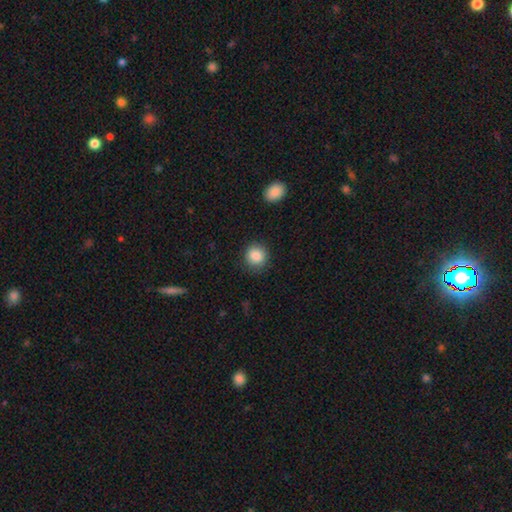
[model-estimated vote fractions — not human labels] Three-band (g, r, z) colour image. It shows a smooth galaxy with no disk features (87%) that is round (84%). Merging: none (86%).